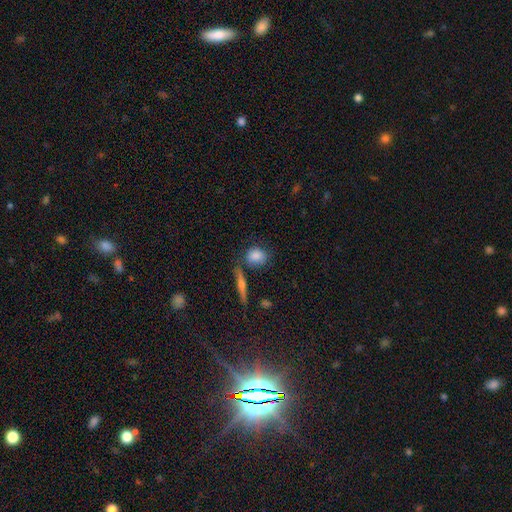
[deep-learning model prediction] Smooth or featured: smooth — 83% (featured or disk — 9%)
How rounded: round — 56% (in between — 40%)
Merging: none — 67% (minor disturbance — 16%)